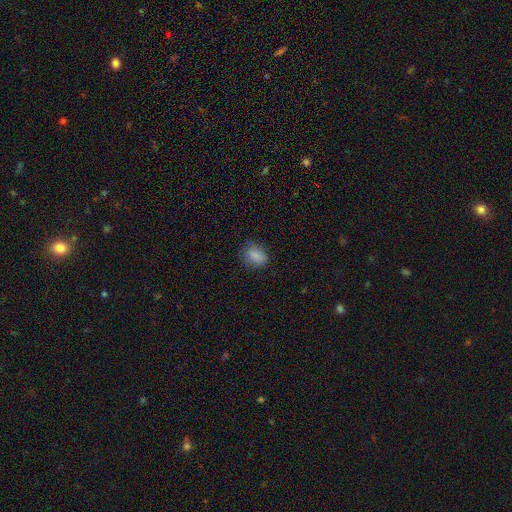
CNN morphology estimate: Overall: smooth (85%). How rounded: in between (75%). Merging: none (76%).